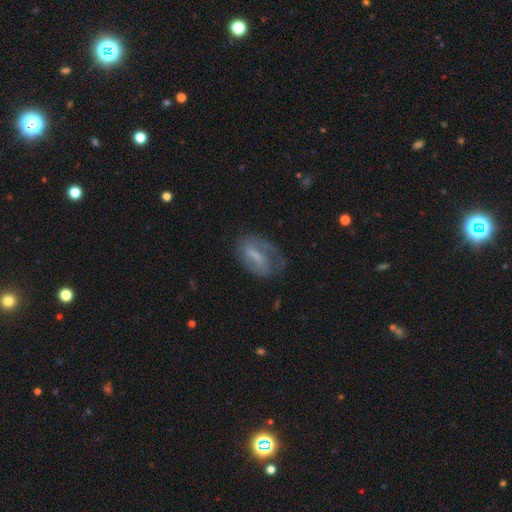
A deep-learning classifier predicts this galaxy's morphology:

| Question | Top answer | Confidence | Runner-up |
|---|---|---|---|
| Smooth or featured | featured or disk | 52% | smooth (39%) |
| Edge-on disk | no | 92% | yes (8%) |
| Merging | none | 51% | minor disturbance (25%) |